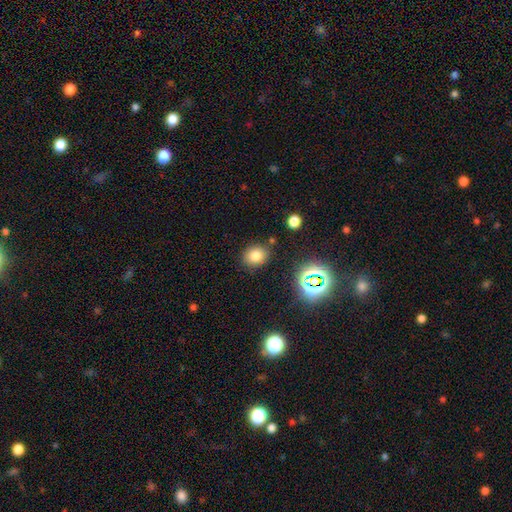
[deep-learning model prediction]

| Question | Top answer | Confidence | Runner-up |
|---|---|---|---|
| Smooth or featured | smooth | 76% | star or artifact (16%) |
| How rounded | in between | 50% | round (49%) |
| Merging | none | 82% | minor disturbance (11%) |